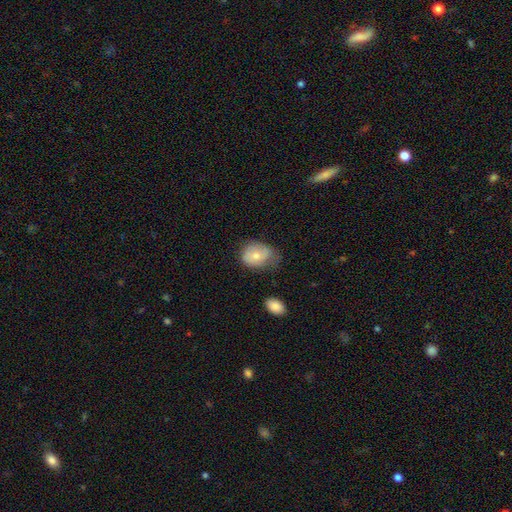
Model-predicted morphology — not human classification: smooth 70%, featured or disk 23%, star or artifact 7%. Down the decision tree: how rounded — in between (58%); merging — none (42%).